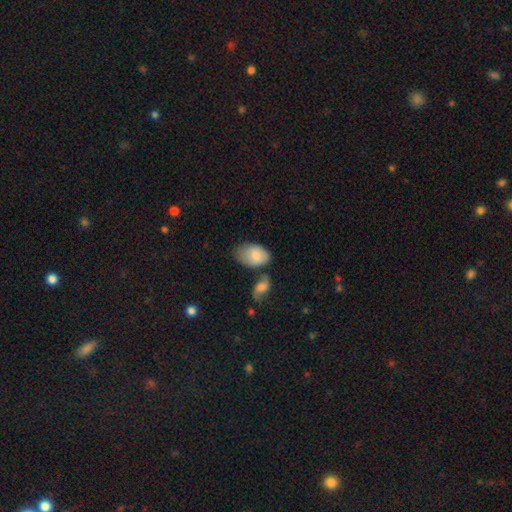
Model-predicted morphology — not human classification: A smooth galaxy with no disk features (79%) that is in between round and cigar-shaped (92%).

Vote fractions:
- Smooth or featured? smooth: 79% / featured or disk: 15% / star or artifact: 6%
- How rounded? in between: 92% / round: 7% / cigar-shaped: 1%
- Merging? none: 47% / minor disturbance: 27% / merger: 17% / major disturbance: 8%